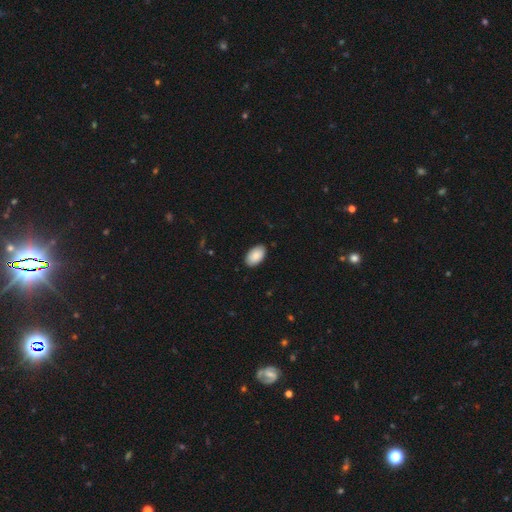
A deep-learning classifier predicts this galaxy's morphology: A smooth galaxy with no disk features (89%) that is in between round and cigar-shaped (95%).

Vote fractions:
- Smooth or featured? smooth: 89% / star or artifact: 6% / featured or disk: 5%
- How rounded? in between: 95% / round: 4% / cigar-shaped: 1%
- Merging? none: 89% / minor disturbance: 9% / major disturbance: 2% / merger: 1%